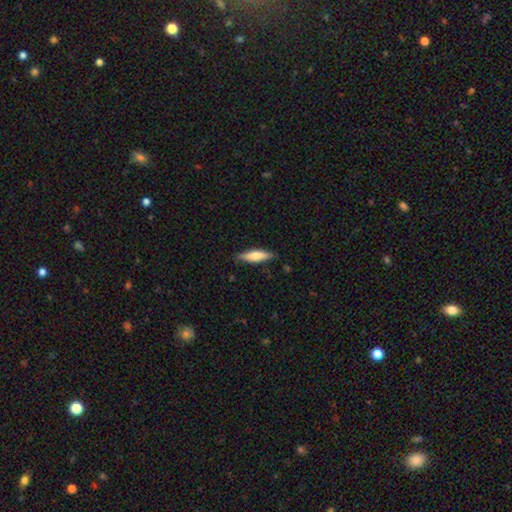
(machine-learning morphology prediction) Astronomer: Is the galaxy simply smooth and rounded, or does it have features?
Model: smooth — 64%.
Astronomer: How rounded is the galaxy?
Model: cigar-shaped — 69%.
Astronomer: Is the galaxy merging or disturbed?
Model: none — 84%.